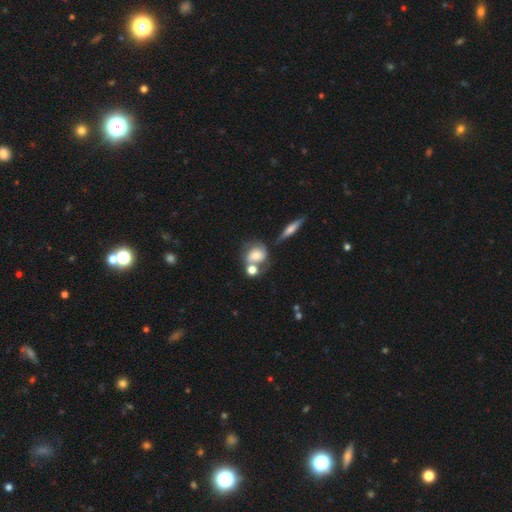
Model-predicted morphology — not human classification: featured or disk 47%, smooth 44%, star or artifact 9%. Down the decision tree: merging — none (39%).